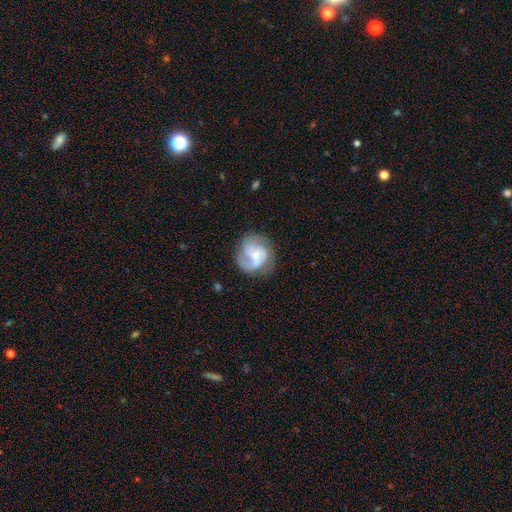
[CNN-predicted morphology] Overall: featured or disk (63%; smooth 30%). Edge-on disk: no (98%). Bar: no (50%; weak 38%). Spiral arms: yes (83%). Spiral arm count: 2 (32%; 3 25%). Spiral winding: medium (43%; loose 31%). Bulge size: small (36%; none 29%). Merging: none (55%; minor disturbance 21%).